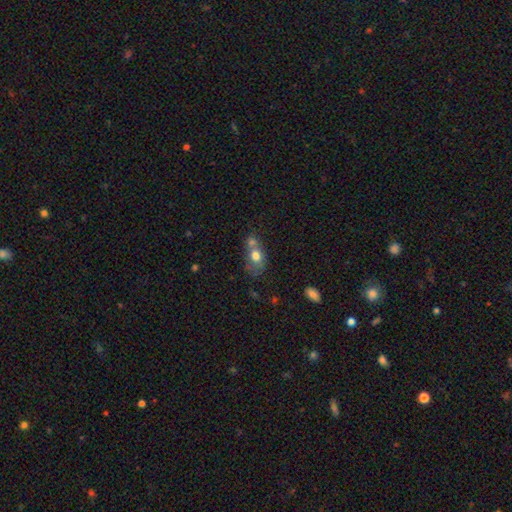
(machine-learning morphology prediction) type=smooth (71%); roundness=in between (66%); merging=merger (52%).